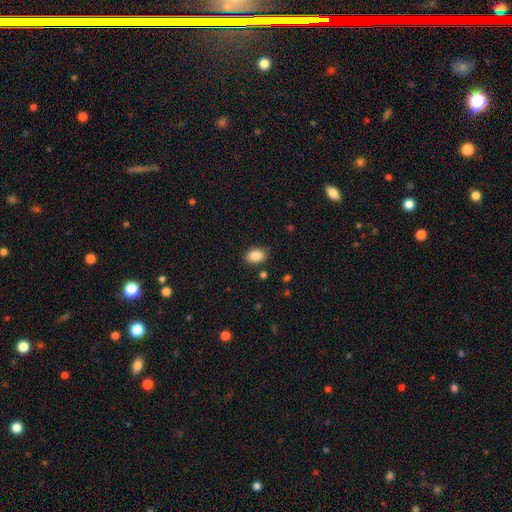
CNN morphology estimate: smooth_or_featured: smooth (p=0.87) [alt: star or artifact p=0.08]
how_rounded: in between (p=0.84) [alt: round p=0.15]
merging: none (p=0.84) [alt: minor disturbance p=0.12]